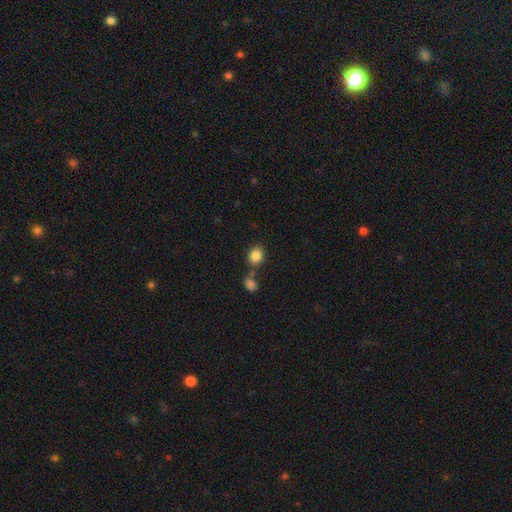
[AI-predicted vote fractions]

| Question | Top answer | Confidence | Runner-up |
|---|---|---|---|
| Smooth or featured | smooth | 85% | star or artifact (9%) |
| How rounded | round | 50% | in between (49%) |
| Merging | none | 70% | merger (15%) |